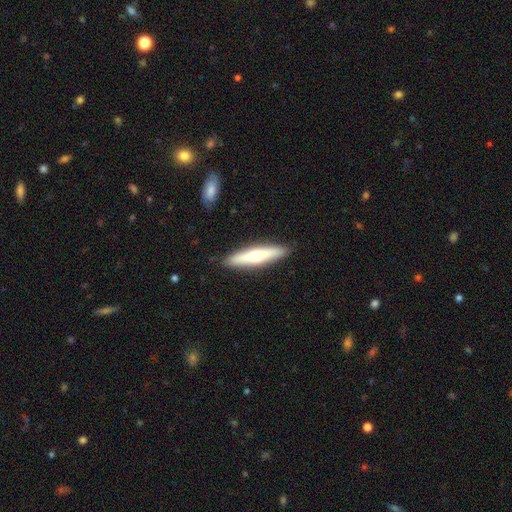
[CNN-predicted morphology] Smooth or featured? smooth (48%)
Merging? none (89%)